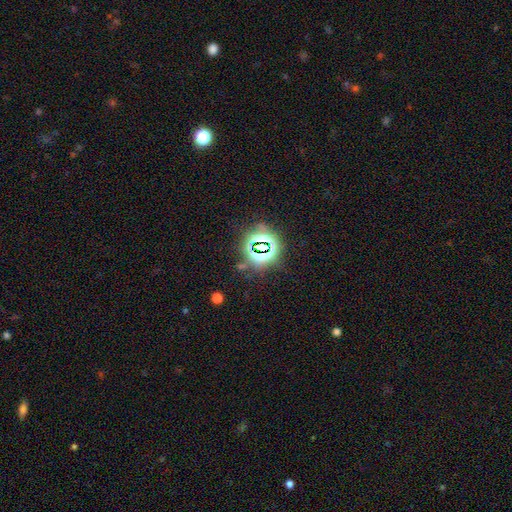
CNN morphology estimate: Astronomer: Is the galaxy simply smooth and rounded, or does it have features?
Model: star or artifact — 81%.